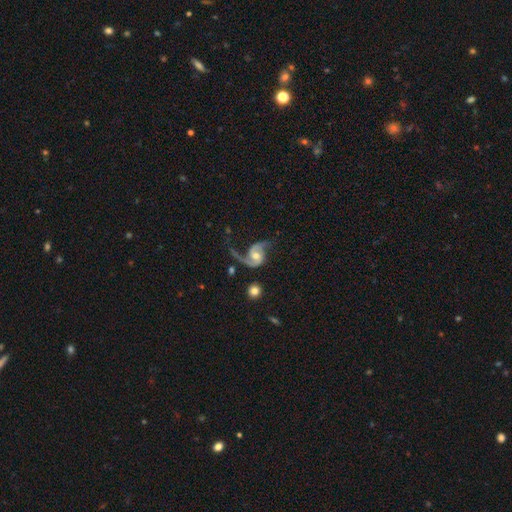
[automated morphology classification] This appears to be a featured or disk galaxy (90%) with no bar (59%), 2 (87%) loose (56%) spiral arms (97%) and a moderate central bulge (67%). Merging: none (54%).